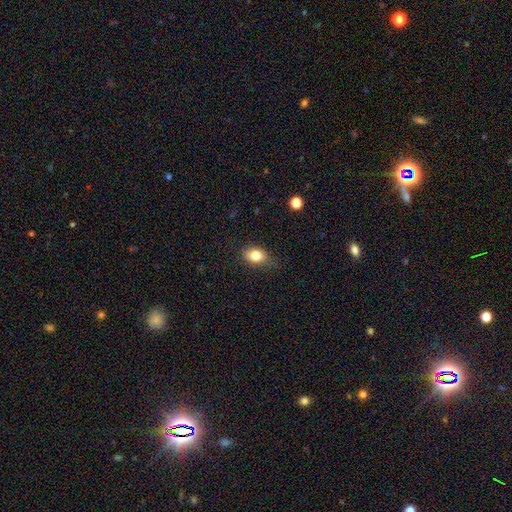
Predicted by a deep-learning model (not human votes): Morphology: type=smooth (82%); roundness=in between (78%); merging=none (79%).